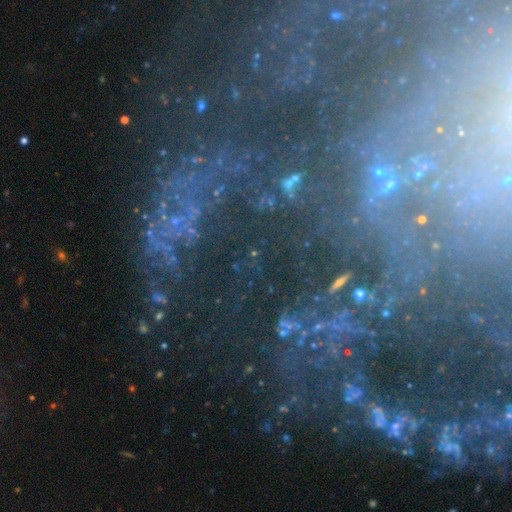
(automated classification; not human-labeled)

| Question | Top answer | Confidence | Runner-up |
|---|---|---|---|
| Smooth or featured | star or artifact | 57% | featured or disk (31%) |